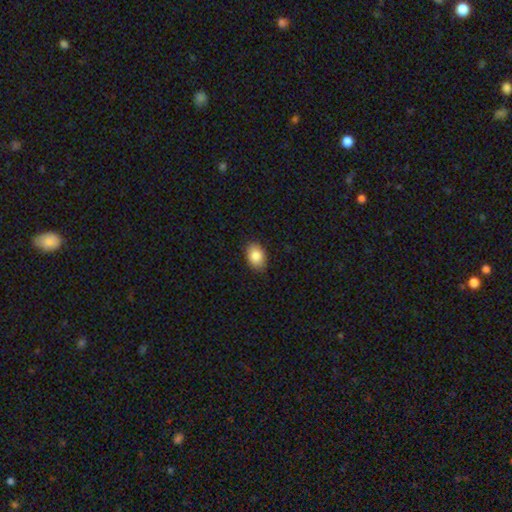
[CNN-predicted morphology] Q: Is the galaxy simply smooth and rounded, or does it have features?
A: smooth — 85%.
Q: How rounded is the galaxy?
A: in between — 81%.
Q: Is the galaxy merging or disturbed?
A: none — 87%.